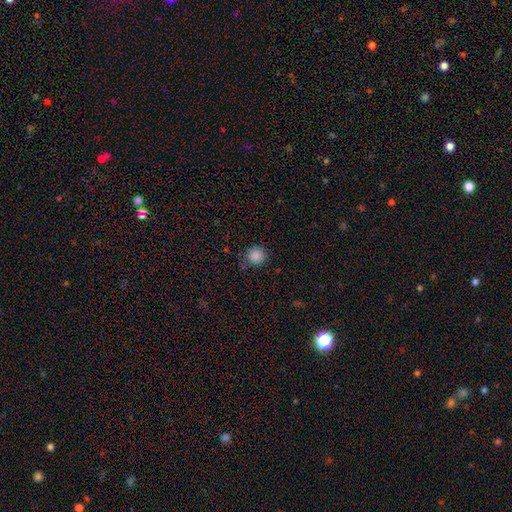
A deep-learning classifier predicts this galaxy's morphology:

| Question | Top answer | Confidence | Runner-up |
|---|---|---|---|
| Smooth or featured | smooth | 86% | star or artifact (11%) |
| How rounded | round | 90% | in between (9%) |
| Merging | none | 81% | minor disturbance (13%) |